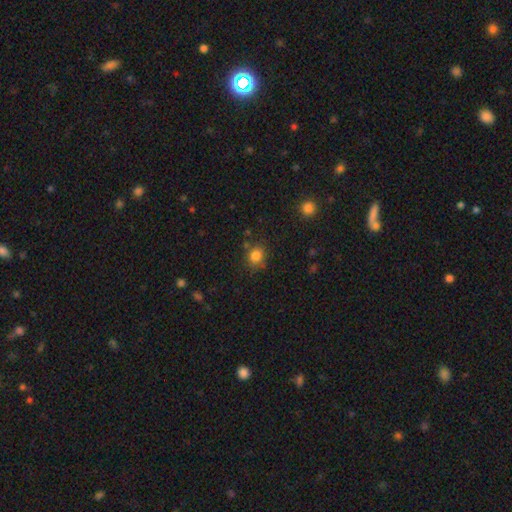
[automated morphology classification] This appears to be a smooth galaxy with no disk features (82%) that is round (75%). Merging: none (76%).